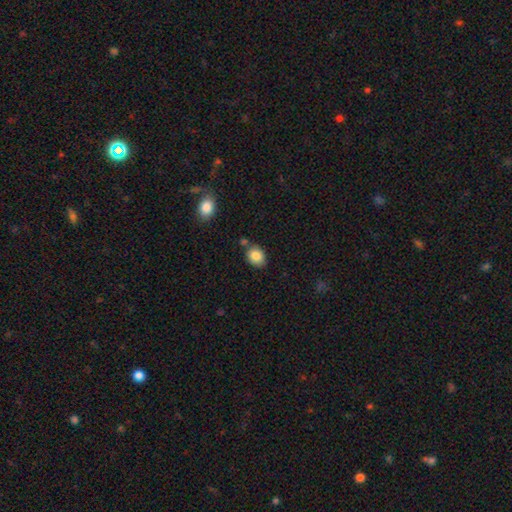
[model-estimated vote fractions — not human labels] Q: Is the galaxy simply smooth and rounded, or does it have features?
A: smooth — 86%.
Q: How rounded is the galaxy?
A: in between — 65%.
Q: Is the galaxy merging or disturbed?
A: none — 72%.